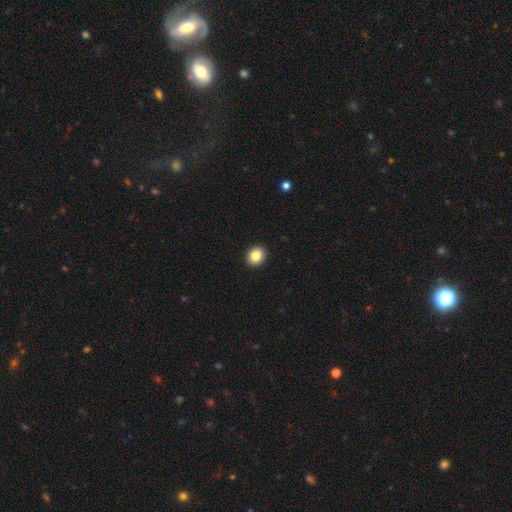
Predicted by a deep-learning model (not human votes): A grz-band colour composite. It shows a smooth galaxy with no disk features (84%) that is round (62%). Merging: none (93%).